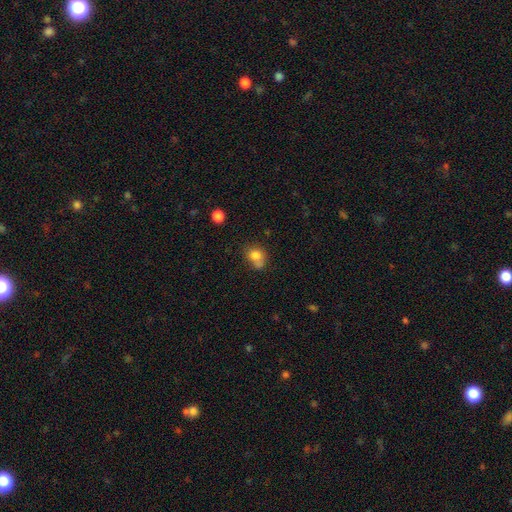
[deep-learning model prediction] smooth_or_featured: smooth (p=0.78) [alt: star or artifact p=0.11]
how_rounded: round (p=0.61) [alt: in between p=0.38]
merging: none (p=0.44) [alt: merger p=0.26]